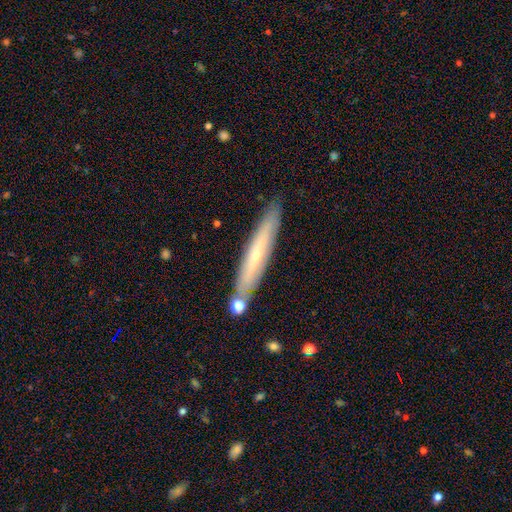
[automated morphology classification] Q: Smooth or featured?
A: featured or disk (51%); runner-up: smooth (42%)
Q: Edge-on disk?
A: yes (81%); runner-up: no (19%)
Q: Merging?
A: none (84%); runner-up: minor disturbance (10%)